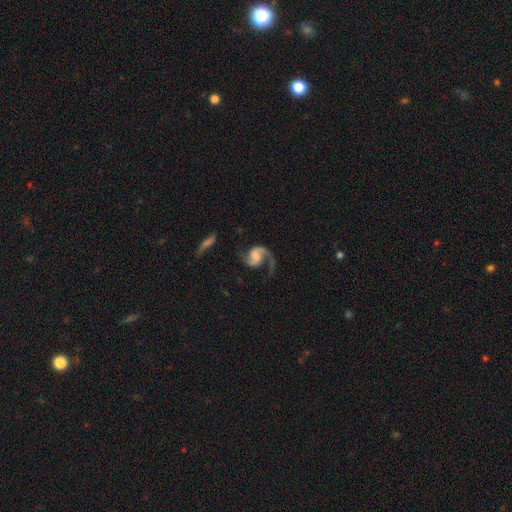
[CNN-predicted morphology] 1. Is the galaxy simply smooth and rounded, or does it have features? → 90% featured or disk, 5% smooth, 5% star or artifact.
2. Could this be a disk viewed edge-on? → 98% no, 2% yes.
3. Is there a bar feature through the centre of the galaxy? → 45% no, 40% weak, 14% strong.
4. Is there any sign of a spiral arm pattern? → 98% yes, 2% no.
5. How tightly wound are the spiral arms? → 46% medium, 44% loose, 10% tight.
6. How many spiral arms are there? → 85% 2, 11% 1, 2% can't tell, 1% 3, 1% 4, 1% more than 4.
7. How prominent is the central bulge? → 42% none, 20% moderate, 18% large, 17% small, 3% dominant.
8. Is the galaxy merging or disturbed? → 63% none, 17% minor disturbance, 16% major disturbance, 4% merger.